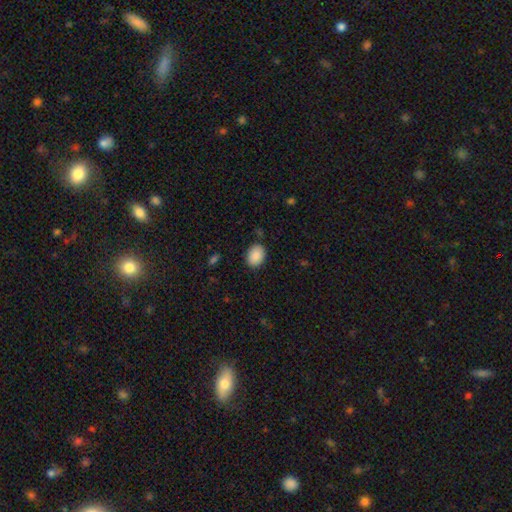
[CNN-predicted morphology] The model was most divided on "how rounded": in between: 70%, round: 29%, cigar-shaped: 1%. More confident: smooth or featured — smooth (89%); merging — none (86%).